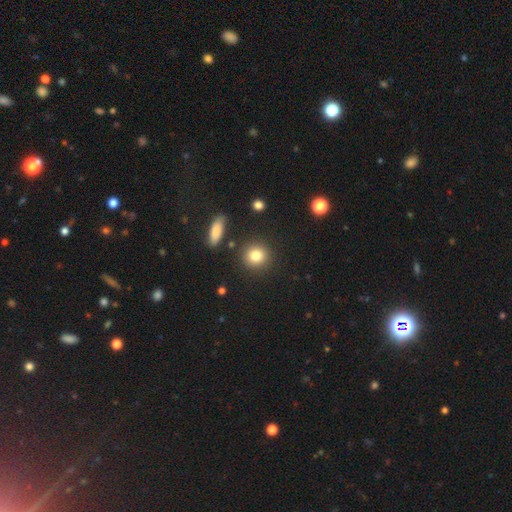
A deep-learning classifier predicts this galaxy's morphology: smooth-or-featured: smooth: 81% | star or artifact: 10% | featured or disk: 9%
  how-rounded: round: 88% | in between: 10% | cigar-shaped: 1%
  merging: none: 86% | minor disturbance: 7% | merger: 4% | major disturbance: 3%